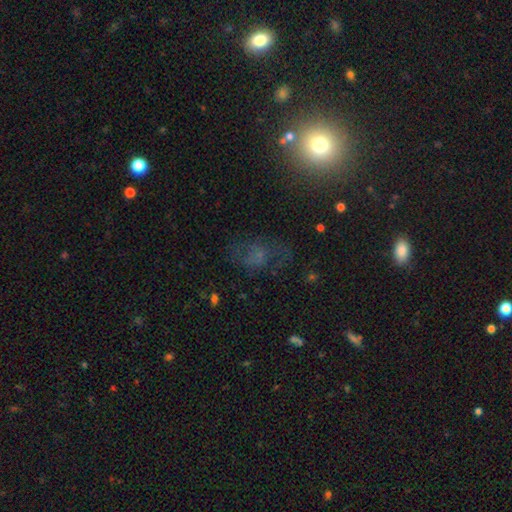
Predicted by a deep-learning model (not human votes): This is marginally a smooth galaxy (39%). Merging: possibly none (53%).